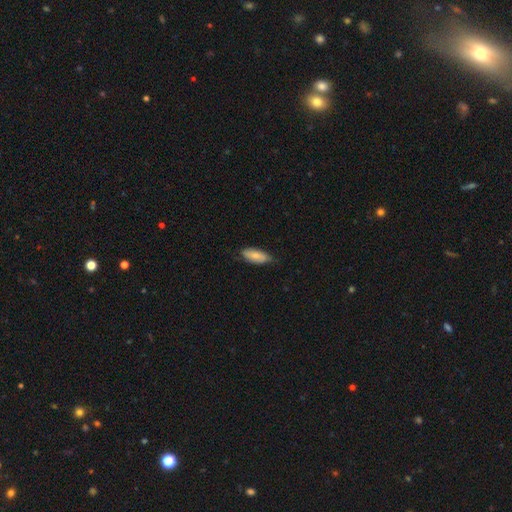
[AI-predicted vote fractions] This appears to be a smooth galaxy with no disk features (77%) that is in between round and cigar-shaped (83%). Merging: none (73%).